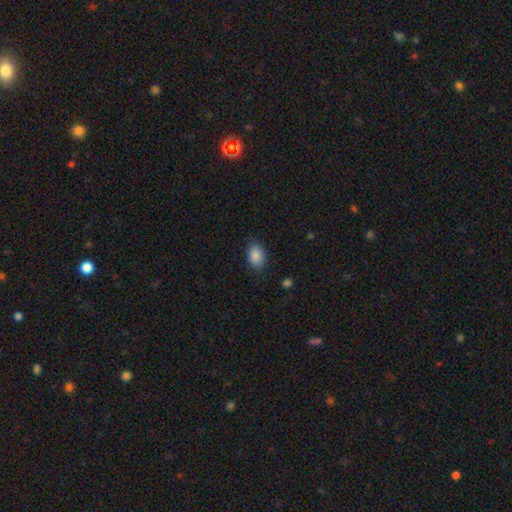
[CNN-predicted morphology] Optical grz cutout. It shows a smooth galaxy with no disk features (88%) that is in between round and cigar-shaped (81%). Merging: none (82%).